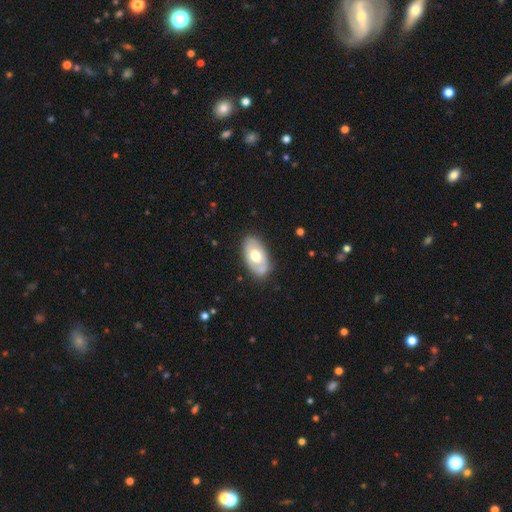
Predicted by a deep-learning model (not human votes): This appears to be a featured or disk galaxy (48%). Merging: none (80%).